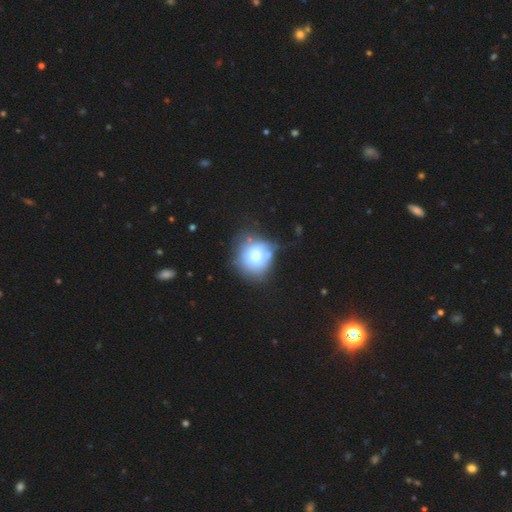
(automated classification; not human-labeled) smooth-or-featured: smooth: 64% | featured or disk: 26% | star or artifact: 10%
  how-rounded: round: 76% | in between: 23% | cigar-shaped: 1%
  merging: none: 49% | minor disturbance: 24% | merger: 15% | major disturbance: 12%